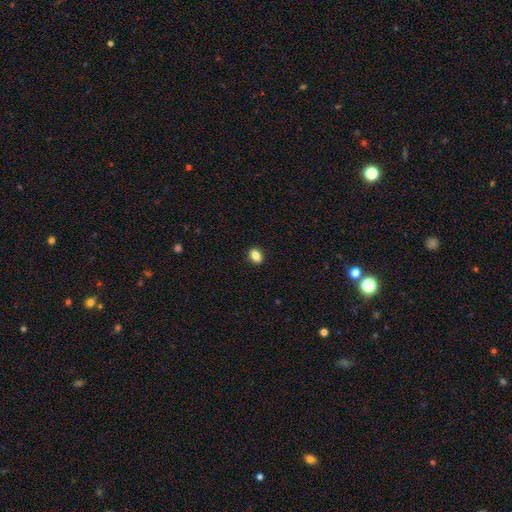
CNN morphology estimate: Smooth or featured? smooth (83%)
How rounded? in between (75%)
Merging? none (90%)